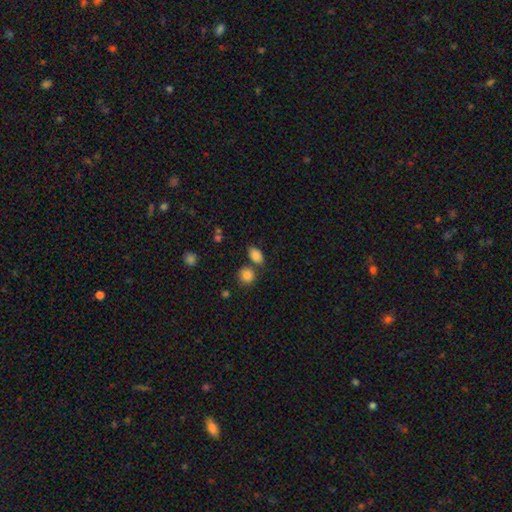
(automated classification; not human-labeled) This is clearly a smooth galaxy (84%). How rounded: clearly in between (82%). Merging: likely none (64%).